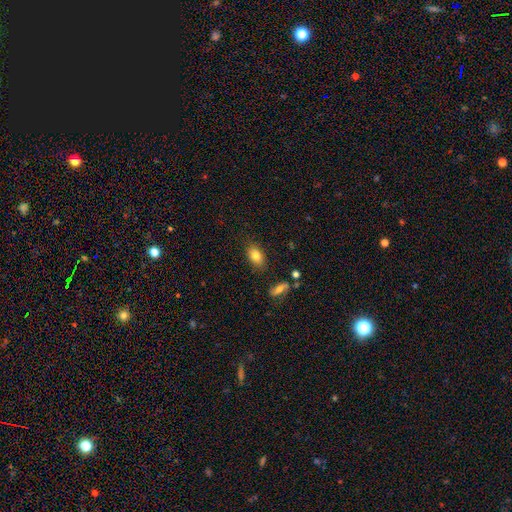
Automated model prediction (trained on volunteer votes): Smooth or featured: smooth — 80% (featured or disk — 11%)
How rounded: in between — 85% (round — 13%)
Merging: none — 83% (minor disturbance — 12%)